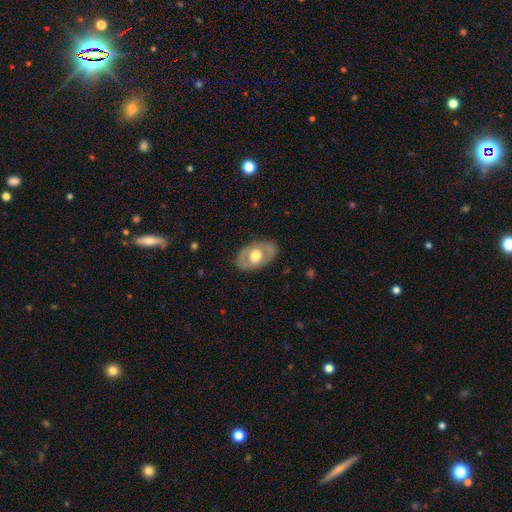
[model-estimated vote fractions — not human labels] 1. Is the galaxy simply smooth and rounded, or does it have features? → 53% featured or disk, 42% smooth, 5% star or artifact.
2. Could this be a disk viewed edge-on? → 89% no, 11% yes.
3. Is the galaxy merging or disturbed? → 81% none, 14% minor disturbance, 4% major disturbance, 1% merger.